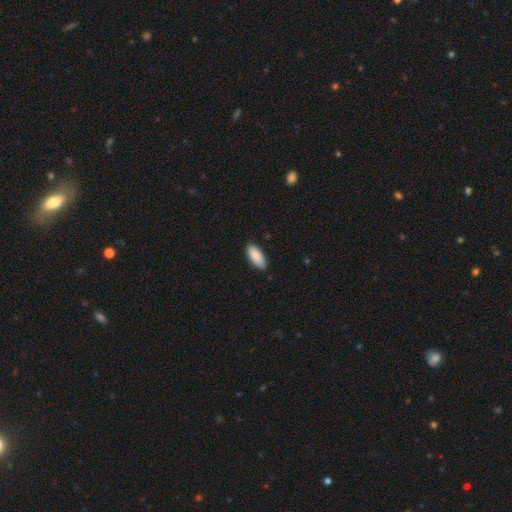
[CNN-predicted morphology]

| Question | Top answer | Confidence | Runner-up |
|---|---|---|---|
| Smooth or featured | smooth | 89% | star or artifact (6%) |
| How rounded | in between | 87% | cigar-shaped (11%) |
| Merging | none | 82% | minor disturbance (15%) |